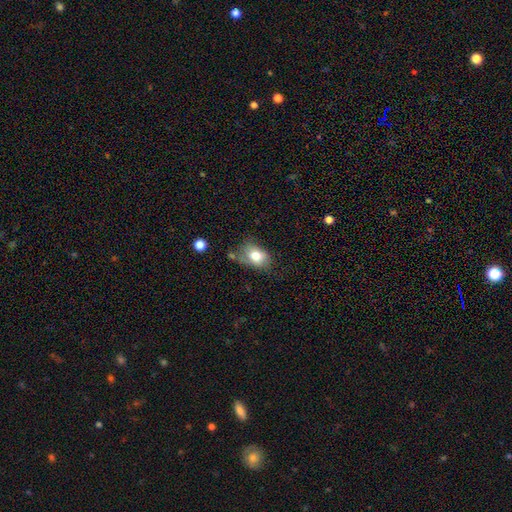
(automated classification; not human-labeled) Smooth or featured? Predicted: smooth (p=0.77). How rounded? Predicted: in between (p=0.74). Merging? Predicted: none (p=0.51).